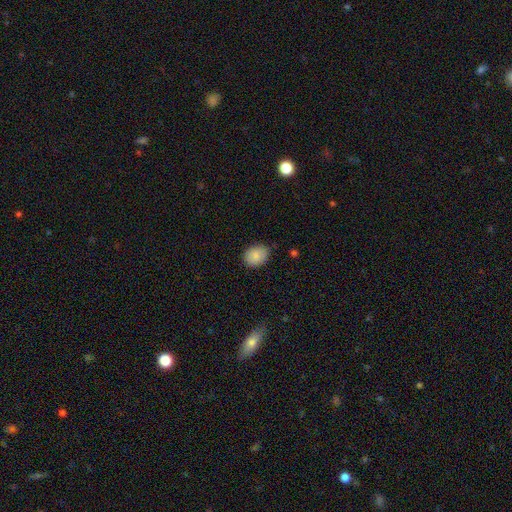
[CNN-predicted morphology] smooth_or_featured: smooth (p=0.87) [alt: star or artifact p=0.07]
how_rounded: in between (p=0.62) [alt: round p=0.37]
merging: none (p=0.83) [alt: minor disturbance p=0.13]